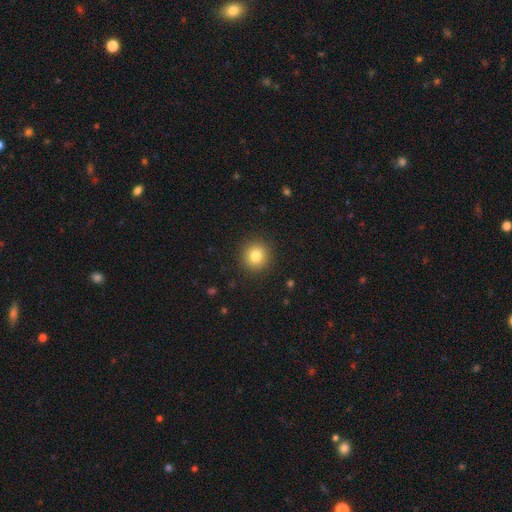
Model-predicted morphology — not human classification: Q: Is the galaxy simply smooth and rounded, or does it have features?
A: smooth — 82%.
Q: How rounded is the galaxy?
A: round — 92%.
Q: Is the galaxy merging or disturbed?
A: none — 91%.